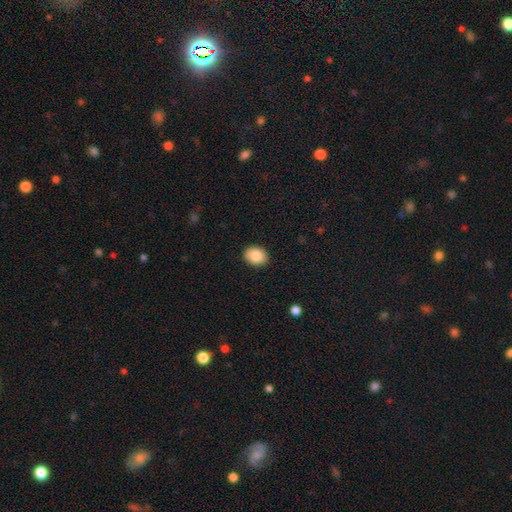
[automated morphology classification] smooth 86%, star or artifact 8%, featured or disk 6%. Down the decision tree: how rounded — in between (58%); merging — none (89%).